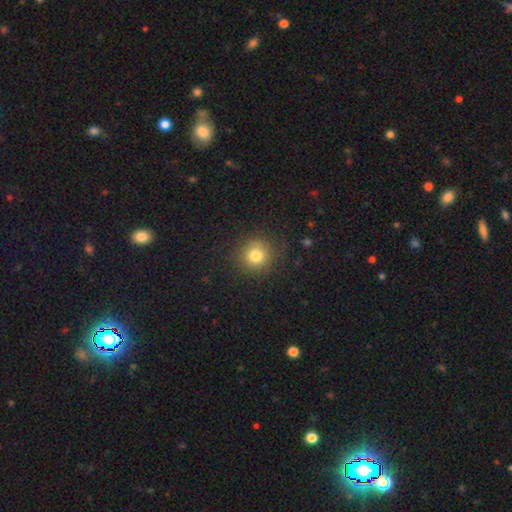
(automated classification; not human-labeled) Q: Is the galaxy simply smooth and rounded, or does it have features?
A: smooth — 79%.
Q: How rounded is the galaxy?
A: round — 91%.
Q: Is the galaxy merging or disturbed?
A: none — 86%.